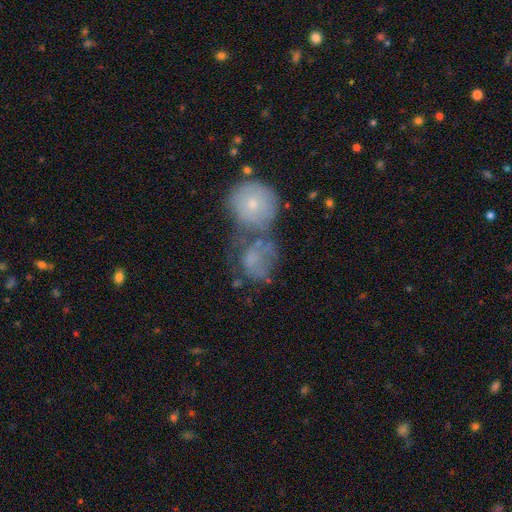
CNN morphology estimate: A smooth galaxy with no disk features (53%) that is round (71%).

Vote fractions:
- Smooth or featured? smooth: 53% / featured or disk: 35% / star or artifact: 12%
- How rounded? round: 71% / in between: 27% / cigar-shaped: 1%
- Merging? merger: 49% / none: 24% / major disturbance: 15% / minor disturbance: 13%